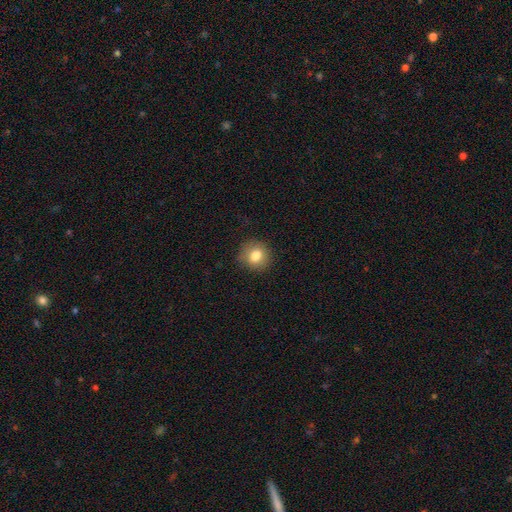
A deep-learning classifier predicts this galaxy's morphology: This is clearly a smooth galaxy (80%). How rounded: clearly round (83%). Merging: clearly none (85%).